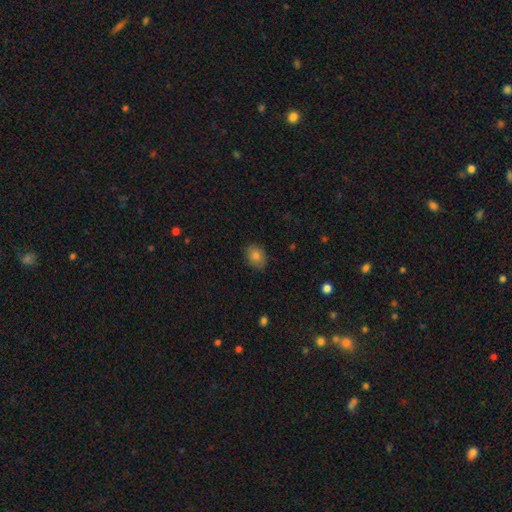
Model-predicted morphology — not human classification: This is clearly a smooth galaxy (81%). How rounded: likely in between (64%). Merging: clearly none (85%).